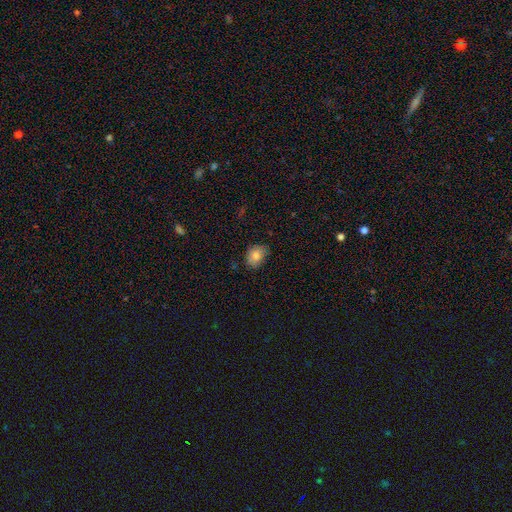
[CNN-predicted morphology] smooth_or_featured: smooth (p=0.84) [alt: star or artifact p=0.09]
how_rounded: in between (p=0.65) [alt: round p=0.34]
merging: none (p=0.71) [alt: minor disturbance p=0.24]